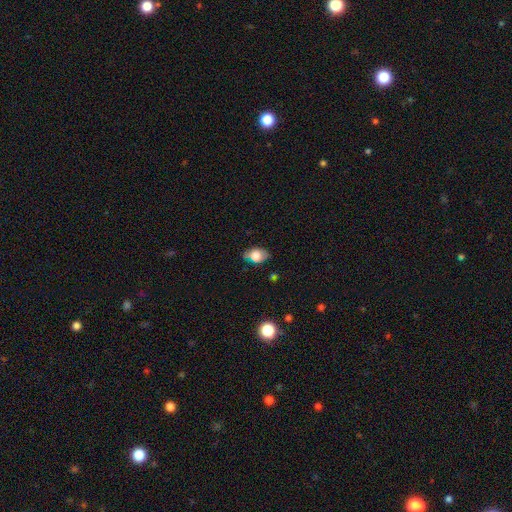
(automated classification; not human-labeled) smooth_or_featured: smooth (p=0.73) [alt: featured or disk p=0.18]
how_rounded: in between (p=0.82) [alt: round p=0.16]
merging: none (p=0.61) [alt: minor disturbance p=0.29]